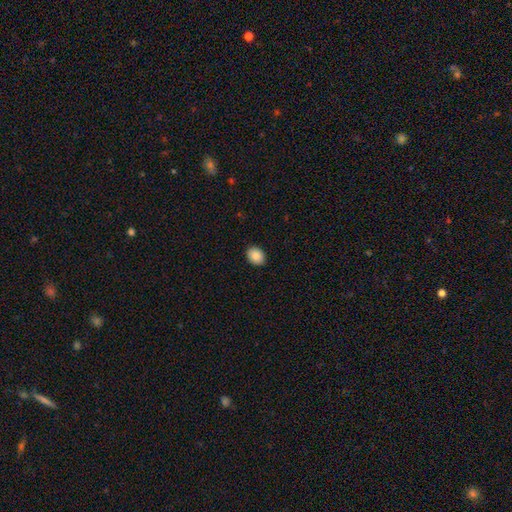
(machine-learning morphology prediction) A smooth galaxy with no disk features (88%) that is in between round and cigar-shaped (64%).

Vote fractions:
- Smooth or featured? smooth: 88% / star or artifact: 8% / featured or disk: 5%
- How rounded? in between: 64% / round: 35% / cigar-shaped: 1%
- Merging? none: 90% / minor disturbance: 7% / major disturbance: 2% / merger: 1%